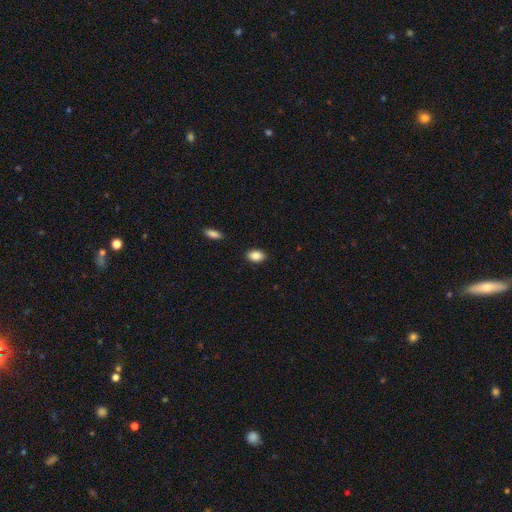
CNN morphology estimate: Overall: smooth (87%). How rounded: in between (86%). Merging: none (88%).